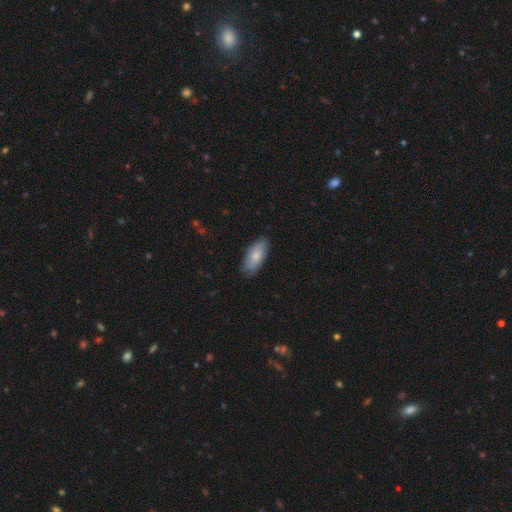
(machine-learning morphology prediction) smooth_or_featured: smooth (p=0.75) [alt: featured or disk p=0.19]
how_rounded: in between (p=0.86) [alt: cigar-shaped p=0.12]
merging: none (p=0.81) [alt: minor disturbance p=0.16]